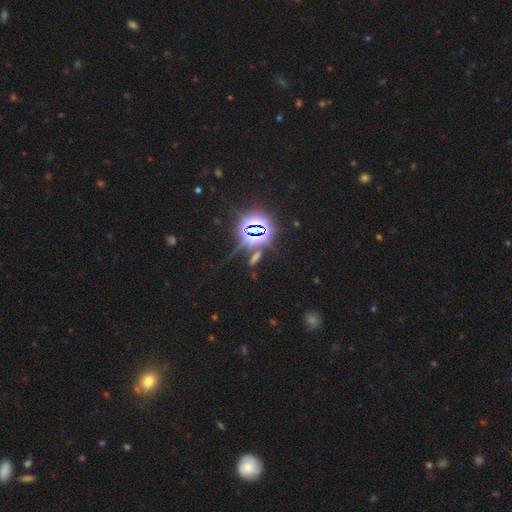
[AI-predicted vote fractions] A star or artifact, not a galaxy (80%).